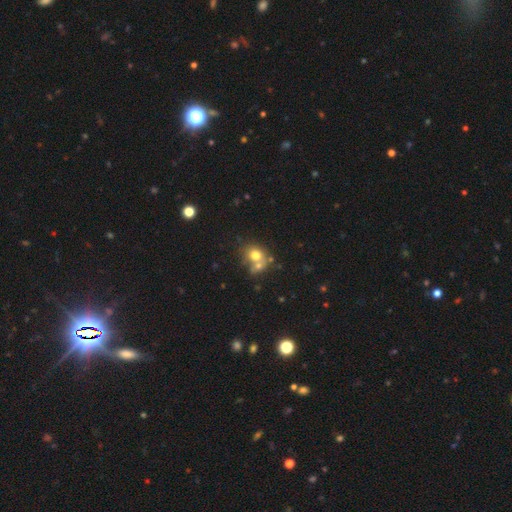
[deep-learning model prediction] smooth_or_featured: smooth (p=0.71) [alt: featured or disk p=0.17]
how_rounded: round (p=0.66) [alt: in between p=0.33]
merging: merger (p=0.46) [alt: none p=0.39]